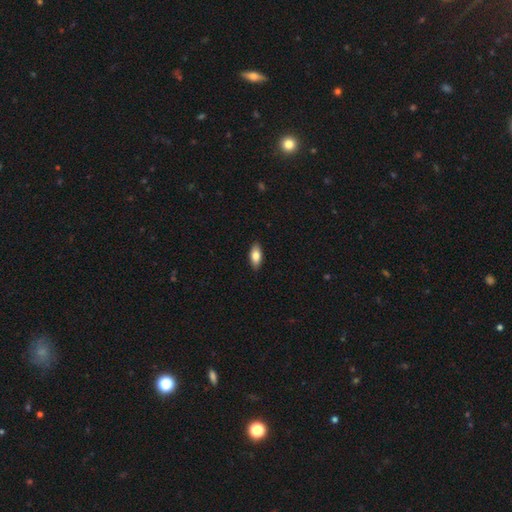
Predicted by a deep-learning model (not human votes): Smooth or featured: smooth — 81% (featured or disk — 13%)
How rounded: in between — 86% (cigar-shaped — 11%)
Merging: none — 90% (minor disturbance — 8%)